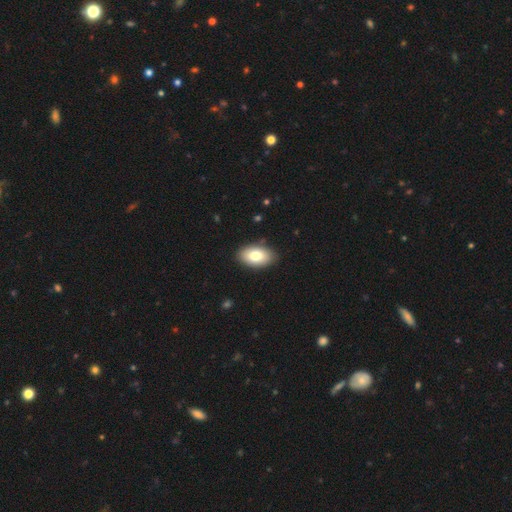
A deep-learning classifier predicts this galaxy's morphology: Overall: smooth (80%). How rounded: in between (94%). Merging: none (87%).